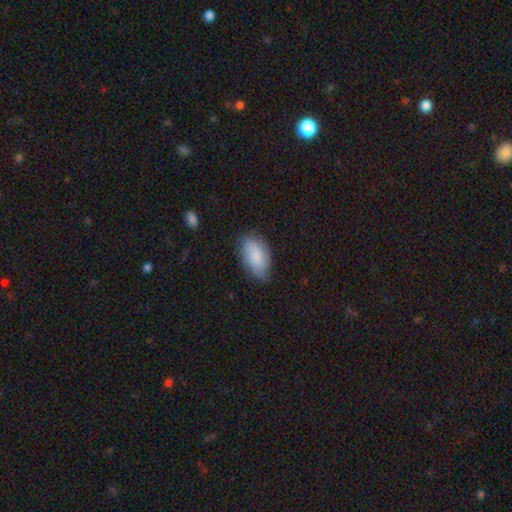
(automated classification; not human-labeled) This is likely a smooth galaxy (76%). How rounded: clearly in between (93%). Merging: likely none (67%).